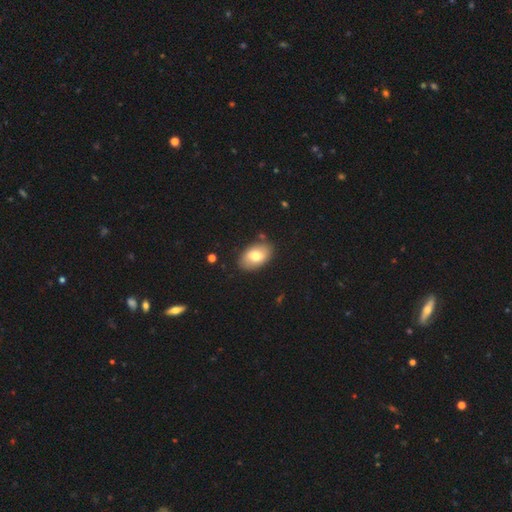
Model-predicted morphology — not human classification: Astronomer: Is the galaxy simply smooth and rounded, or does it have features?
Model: smooth — 75%.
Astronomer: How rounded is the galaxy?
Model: in between — 90%.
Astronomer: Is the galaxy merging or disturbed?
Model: none — 85%.